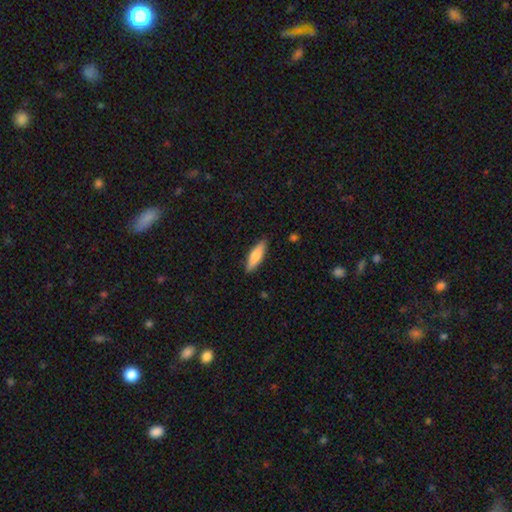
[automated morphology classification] smooth 70%, featured or disk 24%, star or artifact 6%. Down the decision tree: how rounded — cigar-shaped (58%); merging — none (87%).